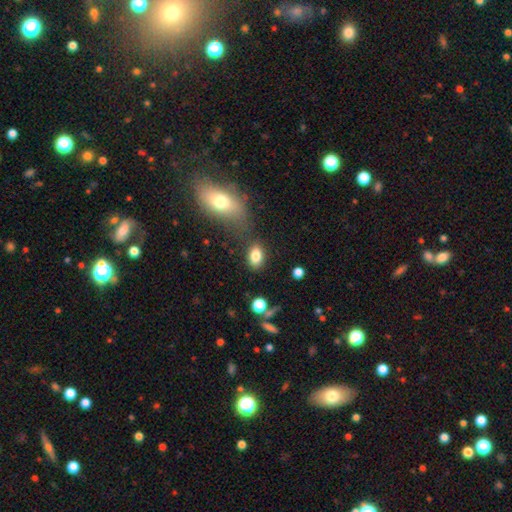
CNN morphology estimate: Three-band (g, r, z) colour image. It shows a smooth galaxy with no disk features (83%) that is in between round and cigar-shaped (83%). Merging: none (75%).